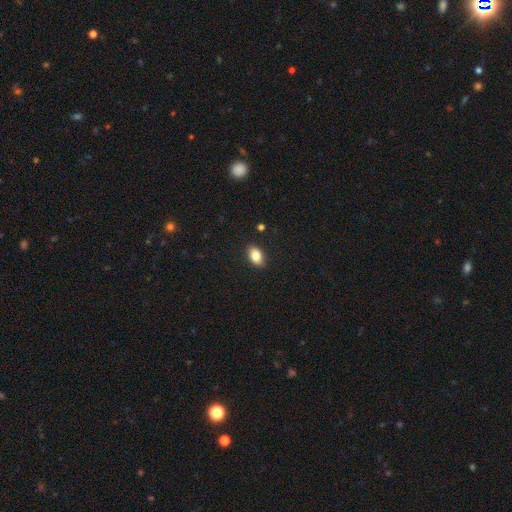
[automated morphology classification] Overall: smooth (83%). How rounded: in between (86%). Merging: none (88%).